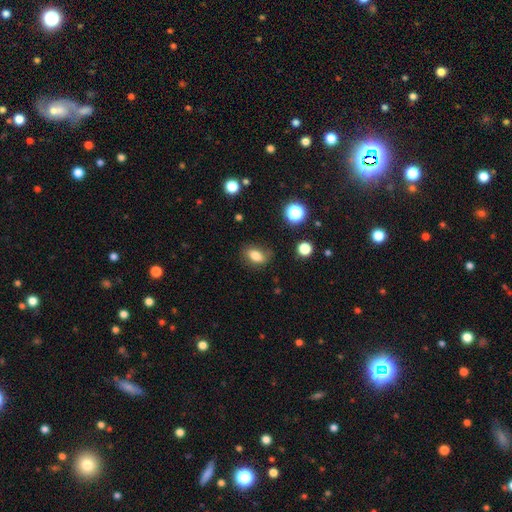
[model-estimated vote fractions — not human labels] Smooth or featured? smooth (80%)
How rounded? in between (83%)
Merging? none (75%)